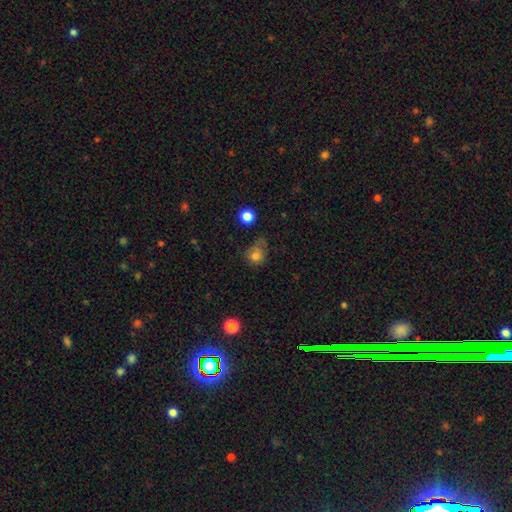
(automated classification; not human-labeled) smooth-or-featured: smooth: 77% | star or artifact: 14% | featured or disk: 9%
  how-rounded: round: 72% | in between: 26% | cigar-shaped: 1%
  merging: none: 42% | minor disturbance: 31% | major disturbance: 21% | merger: 6%